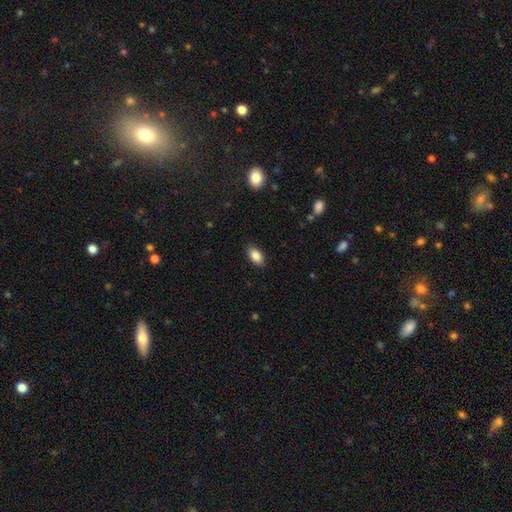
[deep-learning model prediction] This is clearly a smooth galaxy (85%). How rounded: clearly in between (91%). Merging: clearly none (87%).